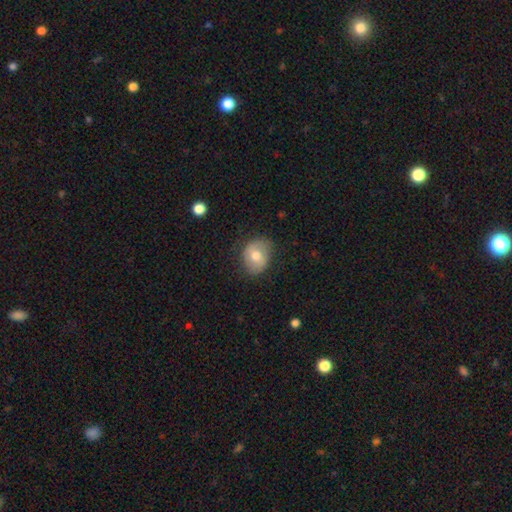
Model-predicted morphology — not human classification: The model was most divided on "how rounded": in between: 53%, round: 46%, cigar-shaped: 1%. More confident: merging — none (73%); smooth or featured — smooth (68%).